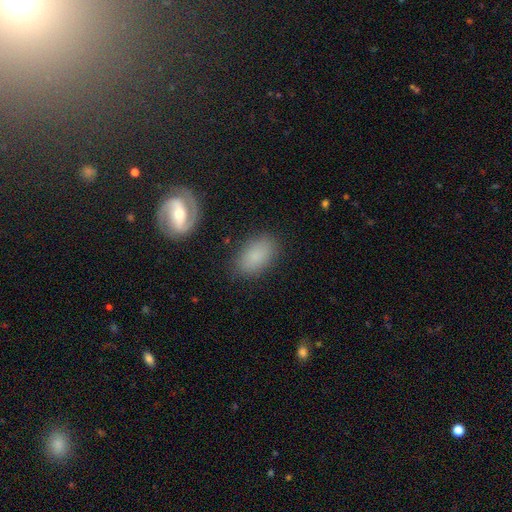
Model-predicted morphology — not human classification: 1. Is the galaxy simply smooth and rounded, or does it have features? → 78% smooth, 14% featured or disk, 8% star or artifact.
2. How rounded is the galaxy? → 91% in between, 7% round, 2% cigar-shaped.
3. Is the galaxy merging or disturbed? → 80% none, 13% minor disturbance, 4% major disturbance, 3% merger.